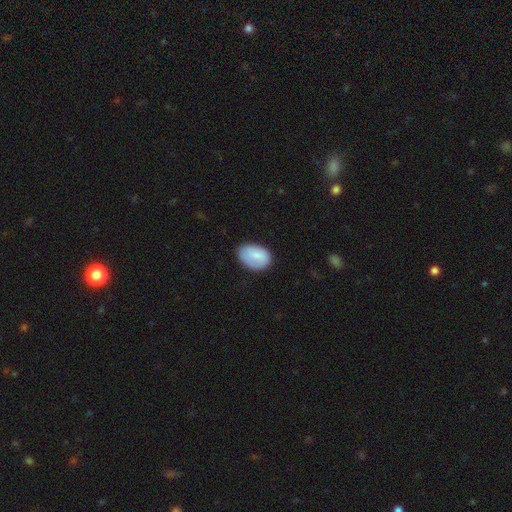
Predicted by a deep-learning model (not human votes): Q: Smooth or featured?
A: smooth (79%); runner-up: featured or disk (14%)
Q: How rounded?
A: in between (86%); runner-up: round (13%)
Q: Merging?
A: none (72%); runner-up: minor disturbance (21%)